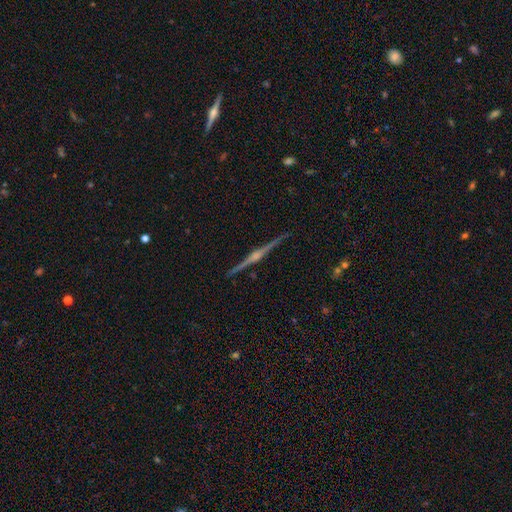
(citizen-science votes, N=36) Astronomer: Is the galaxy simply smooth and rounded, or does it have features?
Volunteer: featured or disk — 92%.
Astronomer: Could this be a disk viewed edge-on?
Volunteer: yes — 100%.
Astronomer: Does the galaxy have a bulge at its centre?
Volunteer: rounded — 97%.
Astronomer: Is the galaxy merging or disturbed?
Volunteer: none — 94%.